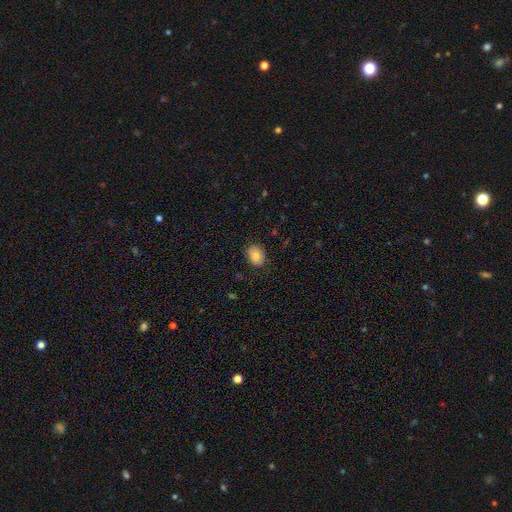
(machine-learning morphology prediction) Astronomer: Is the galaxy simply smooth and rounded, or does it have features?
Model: smooth — 83%.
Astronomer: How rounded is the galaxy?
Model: in between — 62%.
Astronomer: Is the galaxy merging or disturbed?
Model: none — 84%.